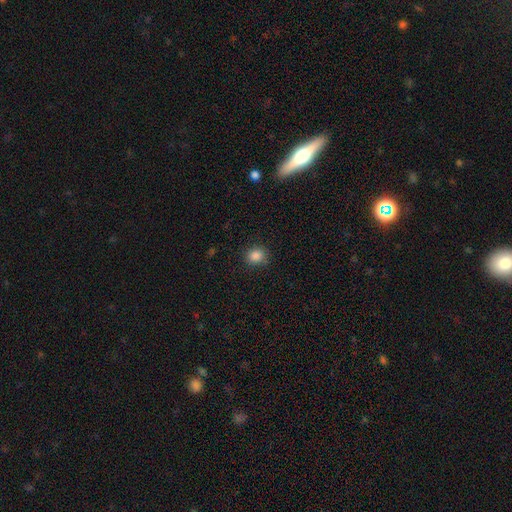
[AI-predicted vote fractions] Smooth or featured: smooth — 85% (star or artifact — 11%)
How rounded: round — 73% (in between — 26%)
Merging: none — 86% (minor disturbance — 10%)